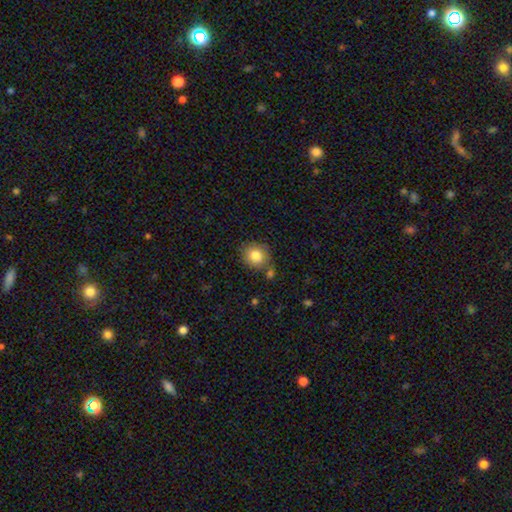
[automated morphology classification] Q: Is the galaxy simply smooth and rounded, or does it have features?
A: smooth — 83%.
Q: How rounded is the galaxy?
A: round — 81%.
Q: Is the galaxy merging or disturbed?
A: none — 71%.